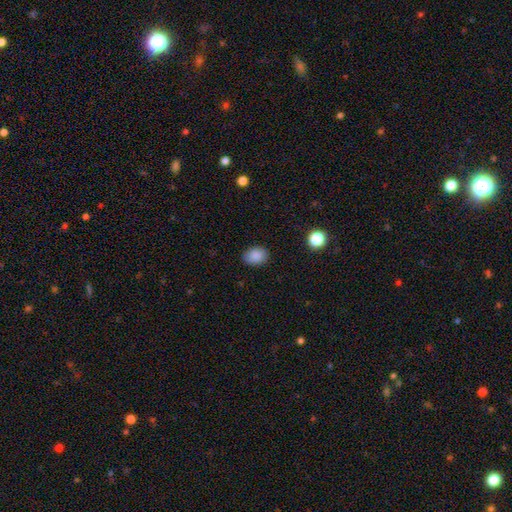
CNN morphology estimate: Smooth or featured: smooth — 88% (star or artifact — 9%)
How rounded: in between — 68% (round — 31%)
Merging: none — 86% (minor disturbance — 10%)